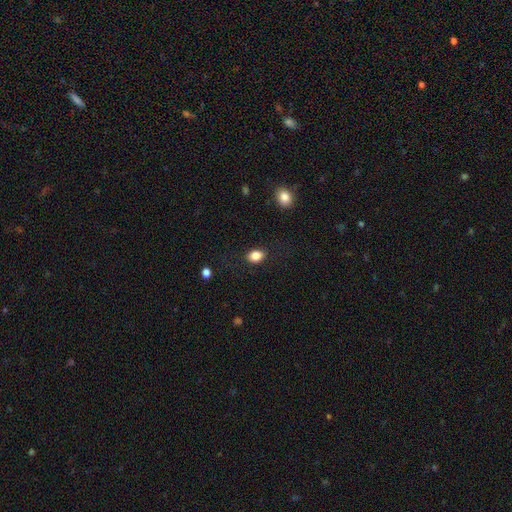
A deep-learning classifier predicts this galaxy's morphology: smooth_or_featured: smooth (p=0.85) [alt: star or artifact p=0.09]
how_rounded: in between (p=0.70) [alt: round p=0.29]
merging: none (p=0.84) [alt: minor disturbance p=0.11]